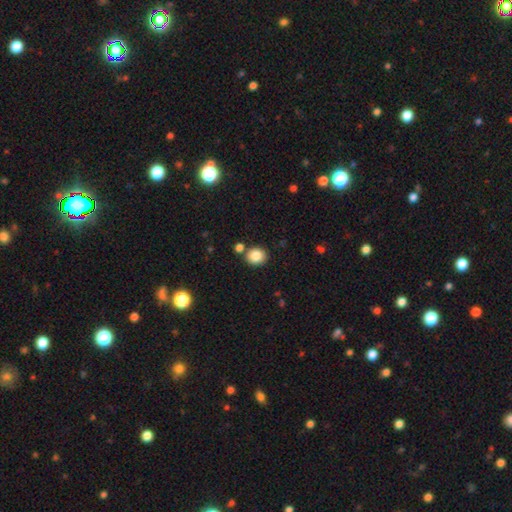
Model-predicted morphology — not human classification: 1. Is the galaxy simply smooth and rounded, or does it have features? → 85% smooth, 10% star or artifact, 6% featured or disk.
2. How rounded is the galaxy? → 74% round, 25% in between, 1% cigar-shaped.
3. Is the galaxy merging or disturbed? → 77% none, 11% merger, 9% minor disturbance, 3% major disturbance.